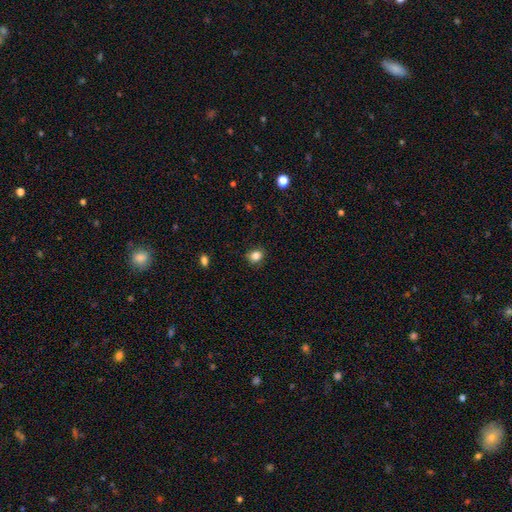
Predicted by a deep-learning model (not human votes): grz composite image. It shows a smooth galaxy with no disk features (84%) that is round (65%). Merging: none (85%).